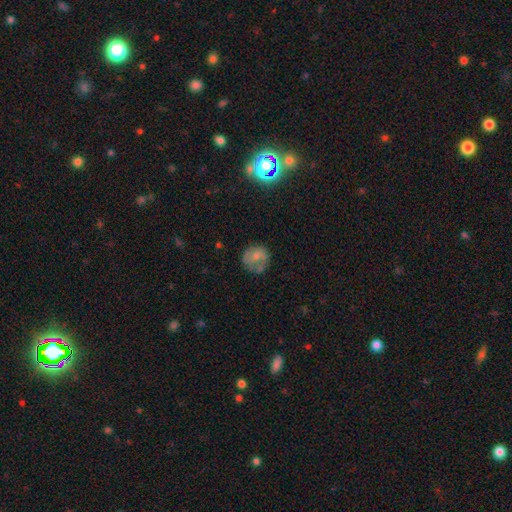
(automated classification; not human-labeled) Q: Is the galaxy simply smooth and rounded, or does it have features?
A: smooth — 58%.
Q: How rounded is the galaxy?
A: round — 83%.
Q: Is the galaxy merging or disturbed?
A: none — 59%.